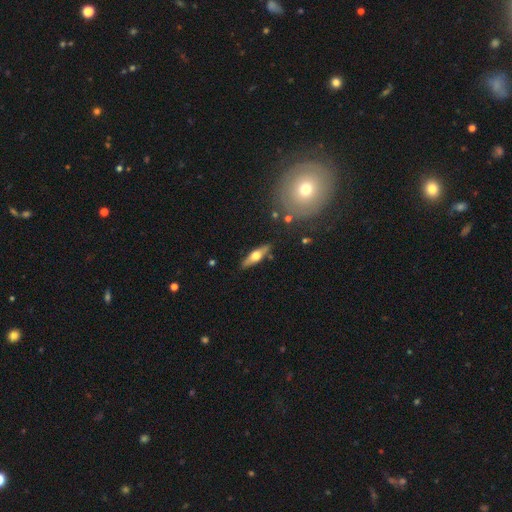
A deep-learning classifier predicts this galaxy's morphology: Smooth or featured? featured or disk (52%)
Edge-on disk? yes (88%)
Merging? none (85%)